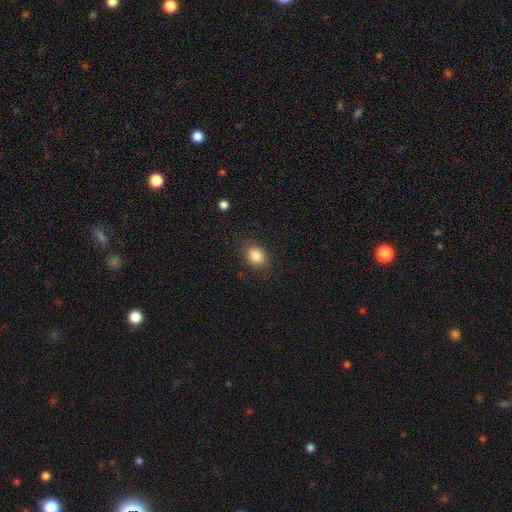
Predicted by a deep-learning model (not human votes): Q: Smooth or featured?
A: smooth (85%); runner-up: star or artifact (9%)
Q: How rounded?
A: round (51%); runner-up: in between (48%)
Q: Merging?
A: none (87%); runner-up: minor disturbance (10%)